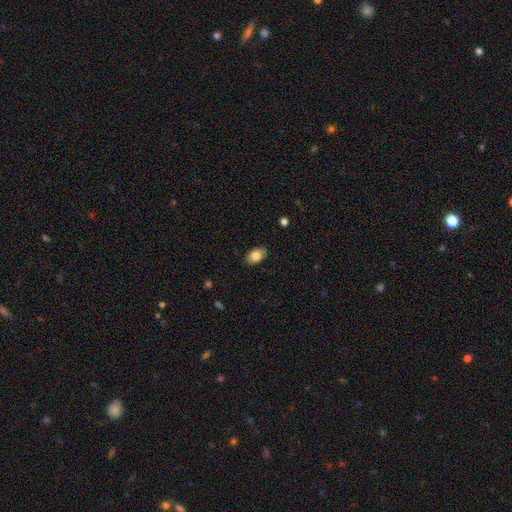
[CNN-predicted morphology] Smooth or featured?
  - smooth: 81% *
  - featured or disk: 12%
  - star or artifact: 7%
How rounded?
  - in between: 91% *
  - round: 8%
  - cigar-shaped: 1%
Merging?
  - none: 83% *
  - minor disturbance: 14%
  - major disturbance: 2%
  - merger: 1%